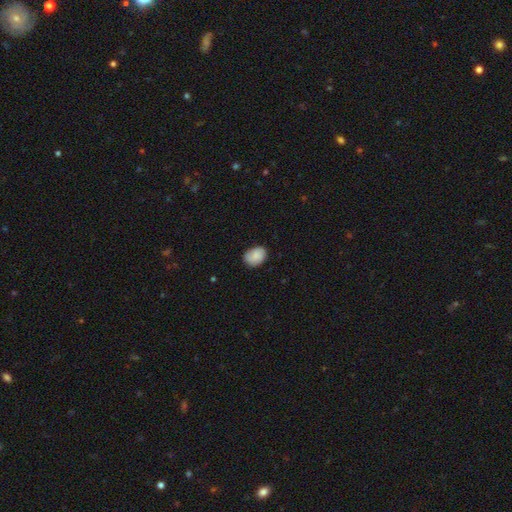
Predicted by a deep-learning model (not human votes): Smooth or featured: smooth — 82% (featured or disk — 11%)
How rounded: in between — 65% (round — 34%)
Merging: none — 79% (minor disturbance — 17%)